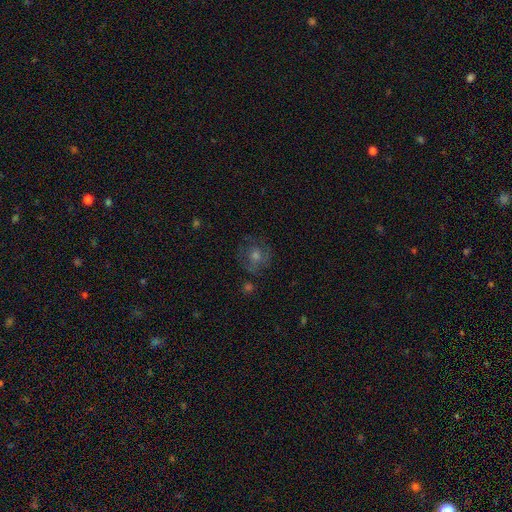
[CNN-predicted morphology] Overall: featured or disk (47%; smooth 31%). Merging: none (73%).